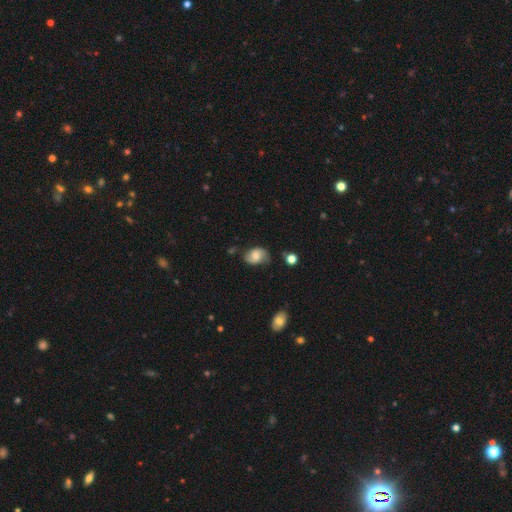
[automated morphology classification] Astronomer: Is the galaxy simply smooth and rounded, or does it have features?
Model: featured or disk — 47% (runner-up: smooth, 44%).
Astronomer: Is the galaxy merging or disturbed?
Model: none — 62%.